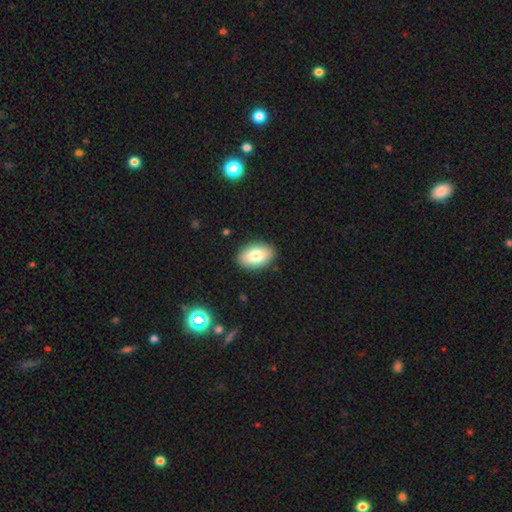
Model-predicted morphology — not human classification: A smooth galaxy with no disk features (80%) that is in between round and cigar-shaped (91%).

Vote fractions:
- Smooth or featured? smooth: 80% / featured or disk: 13% / star or artifact: 7%
- How rounded? in between: 91% / round: 8% / cigar-shaped: 1%
- Merging? none: 90% / minor disturbance: 8% / major disturbance: 2% / merger: 1%